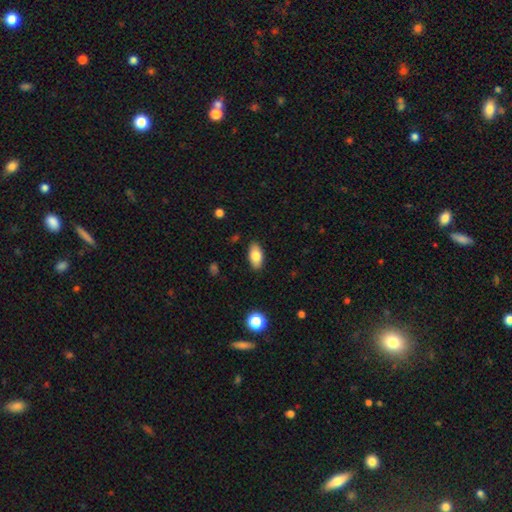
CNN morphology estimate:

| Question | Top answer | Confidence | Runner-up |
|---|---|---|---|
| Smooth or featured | smooth | 81% | featured or disk (12%) |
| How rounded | in between | 92% | cigar-shaped (4%) |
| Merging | none | 88% | minor disturbance (9%) |